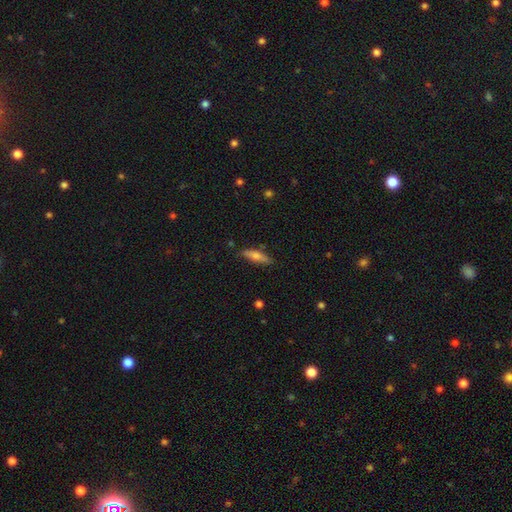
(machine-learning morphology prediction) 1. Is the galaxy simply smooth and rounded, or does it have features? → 66% smooth, 27% featured or disk, 7% star or artifact.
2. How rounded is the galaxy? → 61% cigar-shaped, 37% in between, 2% round.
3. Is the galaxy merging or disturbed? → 79% none, 15% minor disturbance, 3% major disturbance, 2% merger.